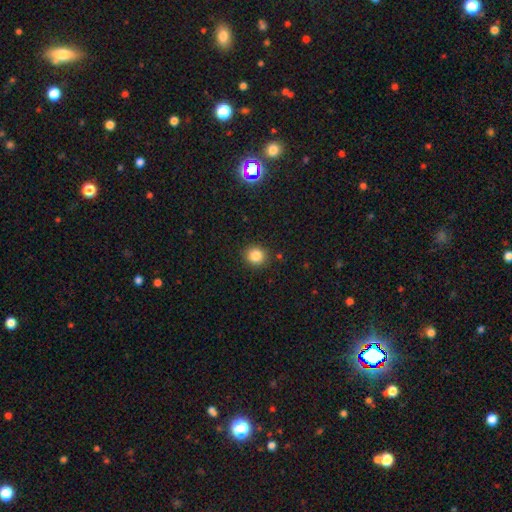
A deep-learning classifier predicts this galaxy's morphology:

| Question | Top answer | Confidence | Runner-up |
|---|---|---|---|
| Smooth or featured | smooth | 83% | star or artifact (12%) |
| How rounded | round | 87% | in between (12%) |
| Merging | none | 90% | minor disturbance (6%) |